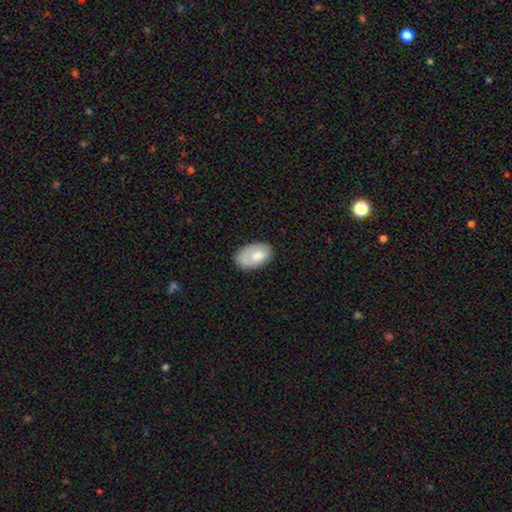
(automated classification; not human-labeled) Morphology: type=smooth (71%); roundness=in between (92%); merging=none (61%).